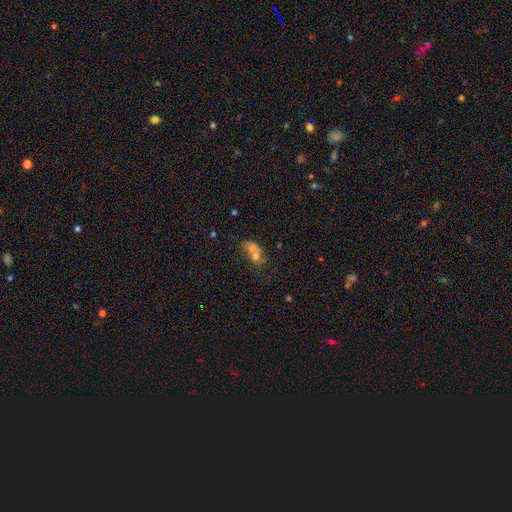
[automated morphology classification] The model was most divided on "merging": merger: 37%, none: 31%, minor disturbance: 17%, major disturbance: 14%. More confident: how rounded — in between (77%); smooth or featured — smooth (60%).